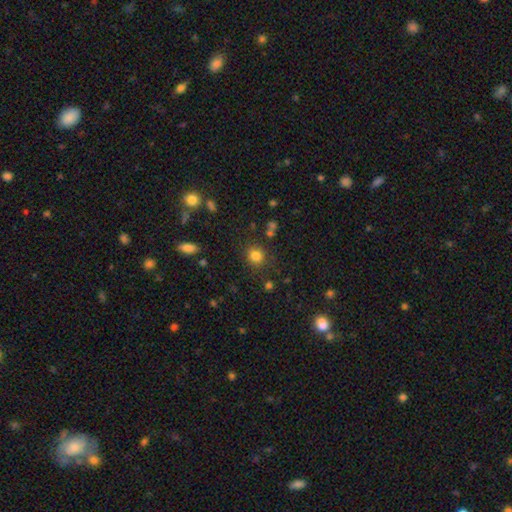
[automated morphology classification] Smooth or featured: smooth — 80% (star or artifact — 14%)
How rounded: round — 86% (in between — 13%)
Merging: none — 84% (minor disturbance — 9%)